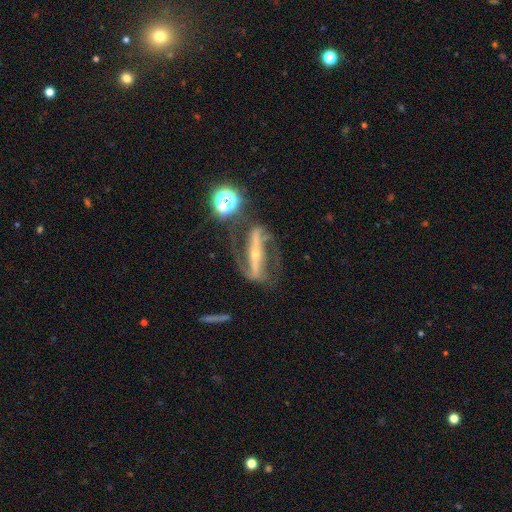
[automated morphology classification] Smooth or featured?
  - featured or disk: 87% *
  - star or artifact: 7%
  - smooth: 6%
Edge-on disk?
  - no: 83% *
  - yes: 17%
Bar?
  - strong: 79% *
  - weak: 11%
  - no: 10%
Spiral arms?
  - yes: 91% *
  - no: 9%
Spiral winding?
  - medium: 43% *
  - loose: 36%
  - tight: 21%
Spiral arm count?
  - 2: 89% *
  - can't tell: 5%
  - 1: 3%
  - 3: 1%
  - 4: 1%
  - more than 4: 1%
Bulge size?
  - small: 71% *
  - moderate: 25%
  - large: 2%
  - none: 2%
  - dominant: 1%
Merging?
  - none: 66% *
  - minor disturbance: 16%
  - major disturbance: 14%
  - merger: 4%